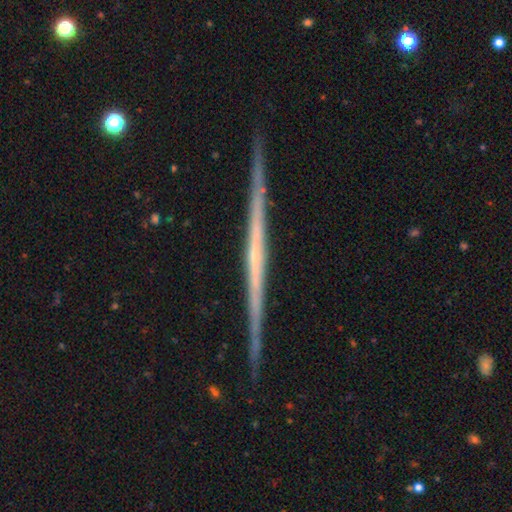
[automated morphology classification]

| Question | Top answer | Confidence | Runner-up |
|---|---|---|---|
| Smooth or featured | featured or disk | 79% | smooth (14%) |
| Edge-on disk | yes | 98% | no (2%) |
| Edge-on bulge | none | 78% | rounded (16%) |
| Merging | none | 91% | minor disturbance (6%) |